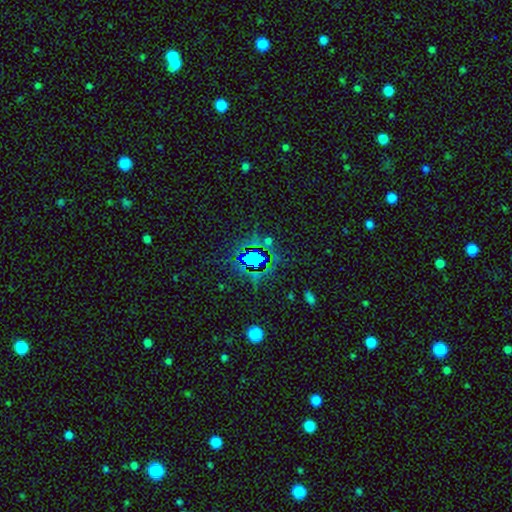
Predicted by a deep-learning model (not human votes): A star or artifact, not a galaxy (72%).

Vote fractions:
- Smooth or featured? star or artifact: 72% / smooth: 17% / featured or disk: 11%